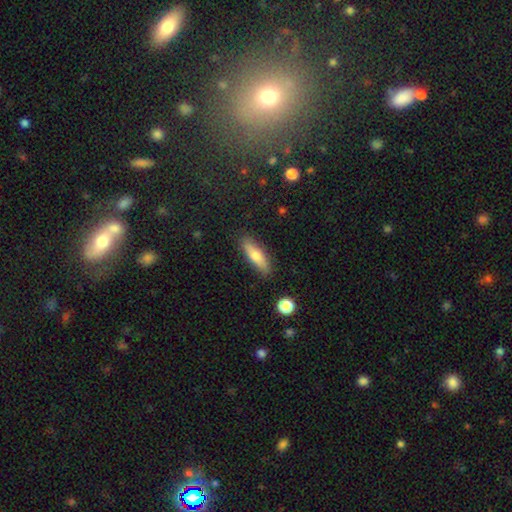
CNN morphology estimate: This is likely a smooth galaxy (65%). How rounded: possibly cigar-shaped (58%). Merging: clearly none (86%).